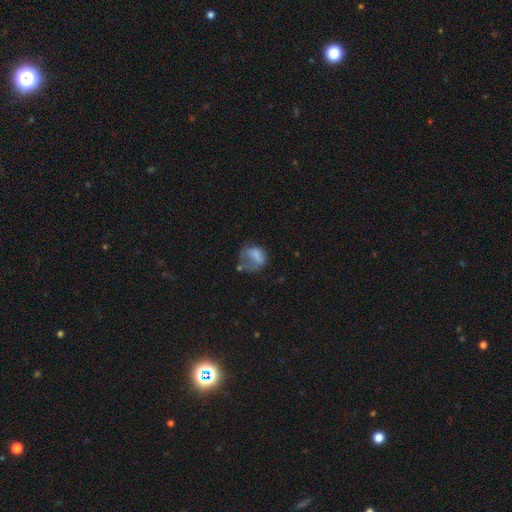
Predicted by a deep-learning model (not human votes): smooth-or-featured: smooth: 63% | featured or disk: 26% | star or artifact: 11%
  how-rounded: in between: 51% | round: 48% | cigar-shaped: 1%
  merging: major disturbance: 42% | none: 27% | minor disturbance: 25% | merger: 7%